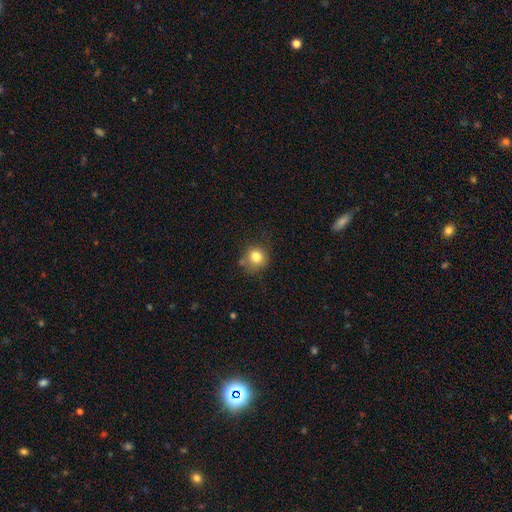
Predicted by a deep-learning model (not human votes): Smooth or featured: smooth — 82% (star or artifact — 11%)
How rounded: round — 82% (in between — 17%)
Merging: none — 68% (minor disturbance — 20%)